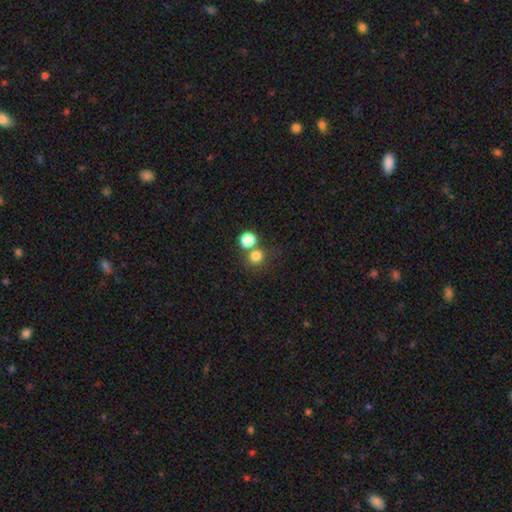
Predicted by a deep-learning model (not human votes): Overall: smooth (78%). How rounded: round (89%). Merging: none (60%; merger 30%).